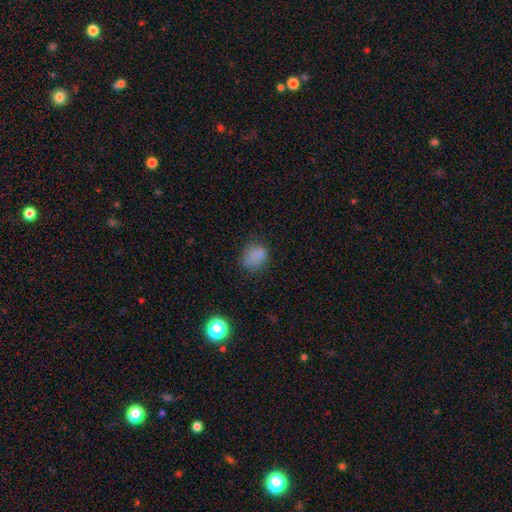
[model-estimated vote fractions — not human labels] smooth-or-featured: smooth: 77% | star or artifact: 14% | featured or disk: 9%
  how-rounded: round: 51% | in between: 48% | cigar-shaped: 1%
  merging: none: 62% | minor disturbance: 24% | major disturbance: 10% | merger: 3%